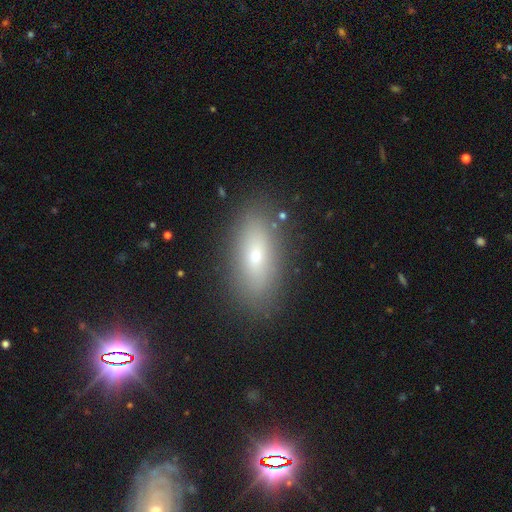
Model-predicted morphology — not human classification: smooth_or_featured: smooth (p=0.60) [alt: featured or disk p=0.27]
how_rounded: in between (p=0.76) [alt: cigar-shaped p=0.19]
merging: none (p=0.84) [alt: minor disturbance p=0.10]